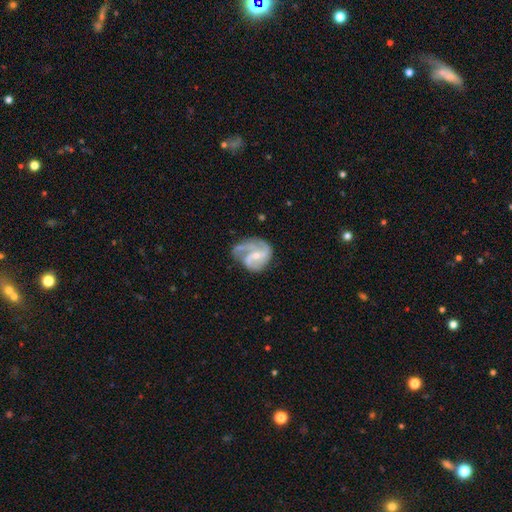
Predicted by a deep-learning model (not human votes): Overall: featured or disk (83%). Edge-on disk: no (98%). Bar: weak (46%; no 34%). Spiral arms: yes (94%). Spiral arm count: 2 (47%; 3 29%). Spiral winding: medium (50%; loose 28%). Bulge size: small (62%; moderate 32%). Merging: none (45%; minor disturbance 27%).